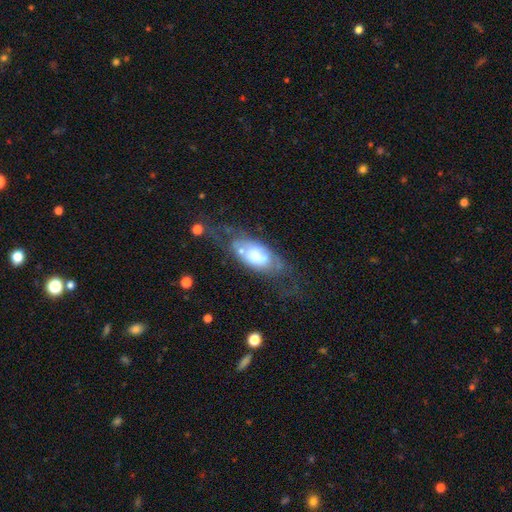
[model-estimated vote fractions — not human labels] Smooth or featured?
  - featured or disk: 51% *
  - smooth: 41%
  - star or artifact: 7%
Edge-on disk?
  - no: 85% *
  - yes: 15%
Merging?
  - none: 39% *
  - major disturbance: 28%
  - minor disturbance: 24%
  - merger: 8%